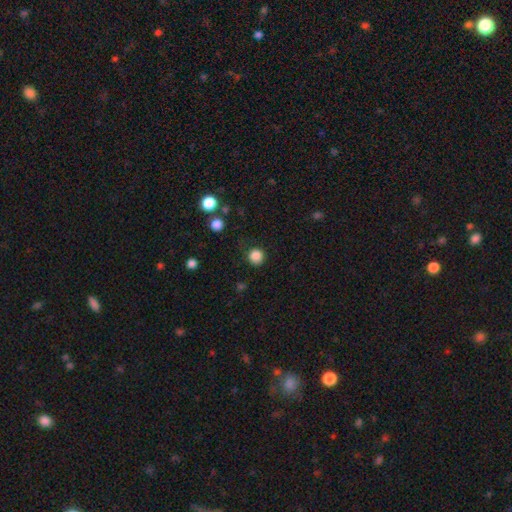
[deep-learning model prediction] The model was most divided on "smooth or featured": smooth: 85%, star or artifact: 11%, featured or disk: 3%. More confident: how rounded — round (93%); merging — none (85%).